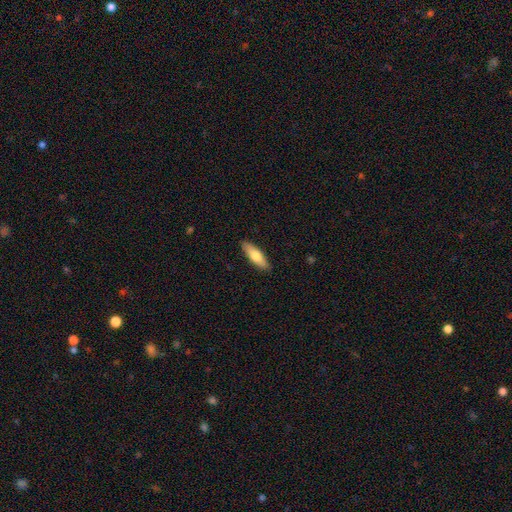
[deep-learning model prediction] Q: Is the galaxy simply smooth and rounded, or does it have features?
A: smooth — 71%.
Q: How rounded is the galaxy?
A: in between — 50%.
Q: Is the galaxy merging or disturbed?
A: none — 89%.